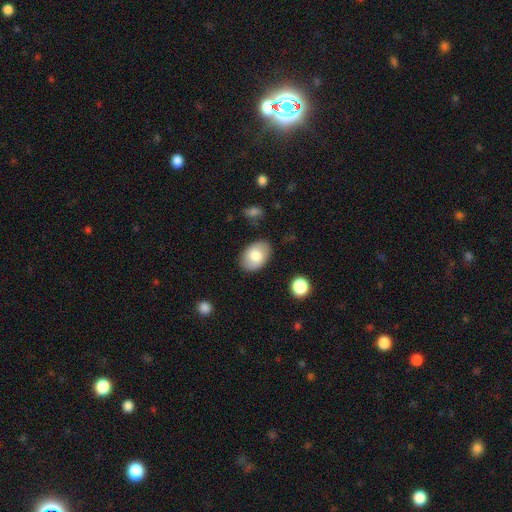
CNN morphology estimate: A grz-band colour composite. It shows a smooth galaxy with no disk features (77%) that is in between round and cigar-shaped (86%). Merging: none (84%).